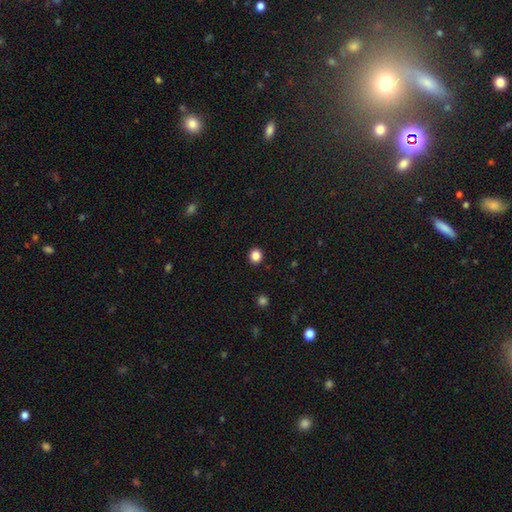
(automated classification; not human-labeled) smooth_or_featured: smooth (p=0.85) [alt: star or artifact p=0.12]
how_rounded: round (p=0.90) [alt: in between p=0.09]
merging: none (p=0.93) [alt: minor disturbance p=0.04]